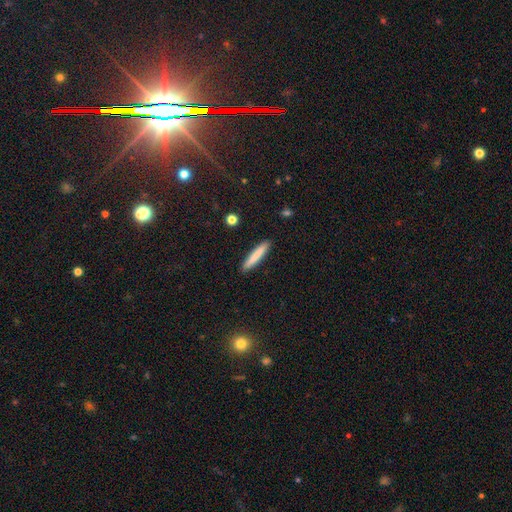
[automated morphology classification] Q: Smooth or featured?
A: smooth (80%); runner-up: featured or disk (15%)
Q: How rounded?
A: cigar-shaped (93%); runner-up: in between (5%)
Q: Merging?
A: none (91%); runner-up: minor disturbance (6%)